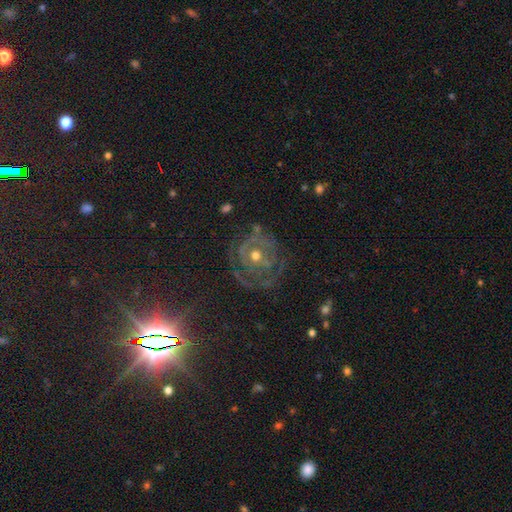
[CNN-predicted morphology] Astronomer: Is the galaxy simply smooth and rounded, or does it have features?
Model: featured or disk — 70%.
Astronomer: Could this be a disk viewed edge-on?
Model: no — 97%.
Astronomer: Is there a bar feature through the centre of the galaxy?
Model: no — 77%.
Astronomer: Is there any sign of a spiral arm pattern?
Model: yes — 67%.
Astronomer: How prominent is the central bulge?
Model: moderate — 67%.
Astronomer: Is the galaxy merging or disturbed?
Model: none — 62%.